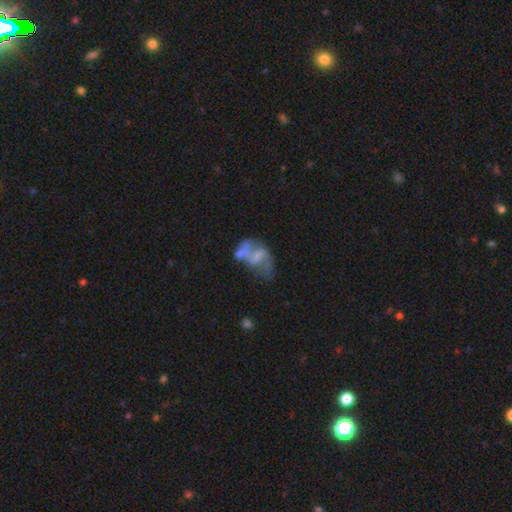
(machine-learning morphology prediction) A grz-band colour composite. It shows a featured or disk galaxy (60%) with no bar (48%), spiral arms (51%) and no central bulge (50%). Merging: major disturbance (28%).